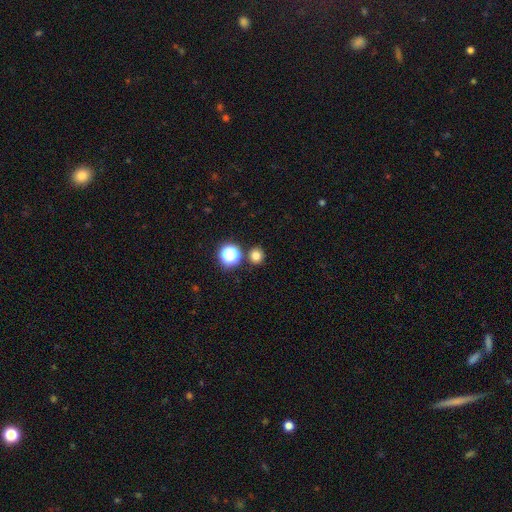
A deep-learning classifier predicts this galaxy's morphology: This is likely a smooth galaxy (77%). How rounded: clearly round (90%). Merging: clearly none (84%).